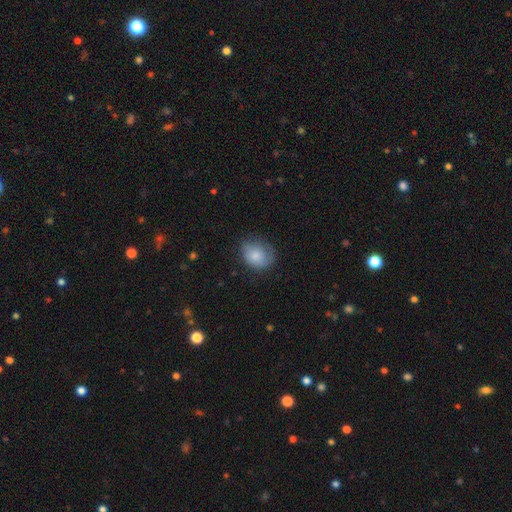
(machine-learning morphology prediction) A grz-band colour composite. It shows a smooth galaxy with no disk features (80%) that is in between round and cigar-shaped (50%). Merging: none (63%).